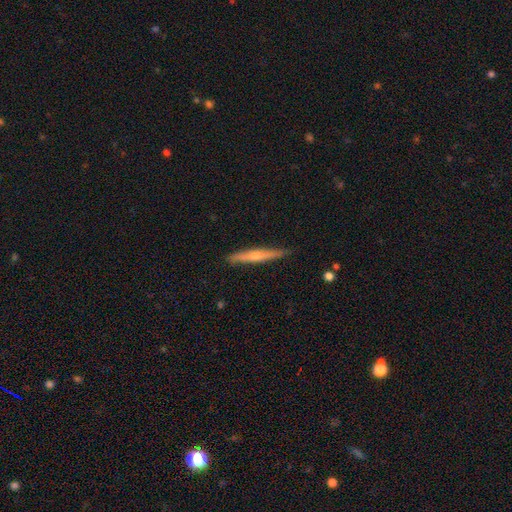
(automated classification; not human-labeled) smooth-or-featured: featured or disk: 49% | smooth: 46% | star or artifact: 6%
  merging: none: 87% | minor disturbance: 10% | major disturbance: 2% | merger: 1%